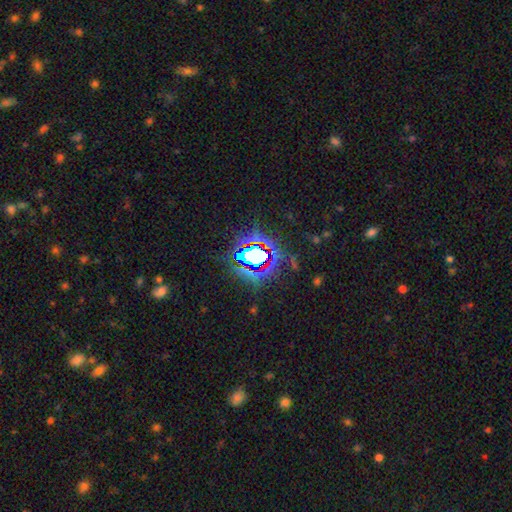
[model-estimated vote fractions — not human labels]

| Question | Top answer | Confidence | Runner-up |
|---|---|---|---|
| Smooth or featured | star or artifact | 74% | smooth (15%) |